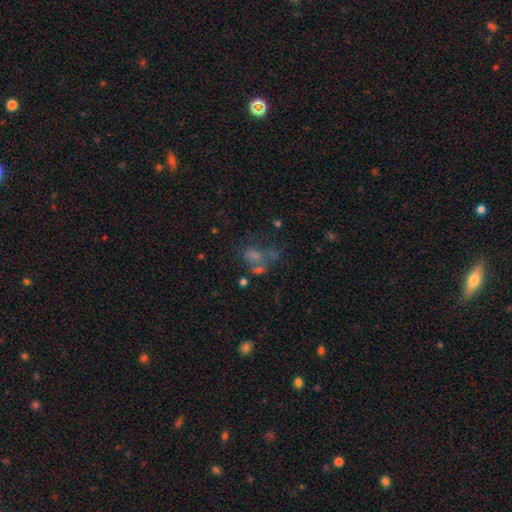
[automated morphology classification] A smooth galaxy with no disk features (47%).

Vote fractions:
- Smooth or featured? smooth: 47% / featured or disk: 29% / star or artifact: 24%
- Merging? merger: 31% / none: 30% / major disturbance: 24% / minor disturbance: 14%